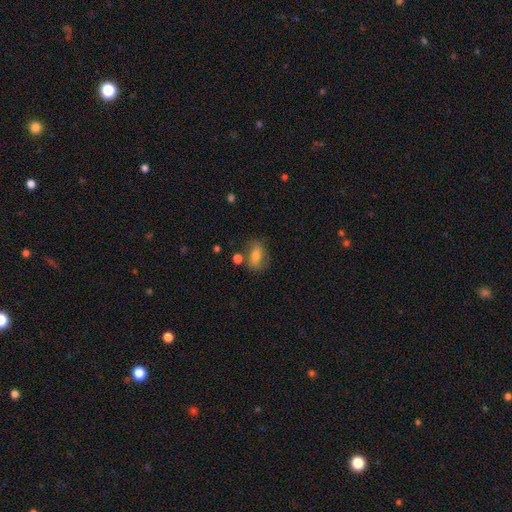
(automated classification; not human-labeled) This is likely a smooth galaxy (66%). How rounded: likely in between (79%). Merging: likely none (65%).